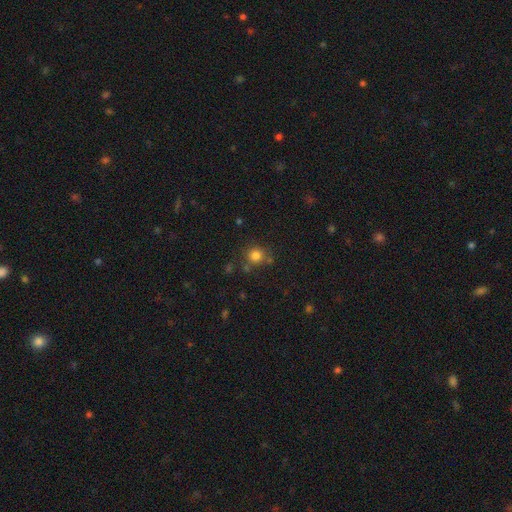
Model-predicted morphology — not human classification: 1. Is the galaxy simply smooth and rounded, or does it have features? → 80% smooth, 13% star or artifact, 7% featured or disk.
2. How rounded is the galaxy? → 89% round, 10% in between, 1% cigar-shaped.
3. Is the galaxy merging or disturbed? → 73% none, 13% minor disturbance, 9% merger, 5% major disturbance.